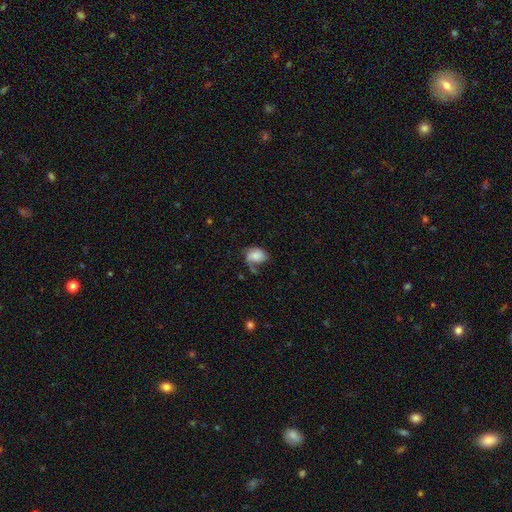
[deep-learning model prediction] The model was most divided on "merging": none: 37%, major disturbance: 28%, minor disturbance: 28%, merger: 7%. More confident: how rounded — in between (72%); smooth or featured — smooth (59%).